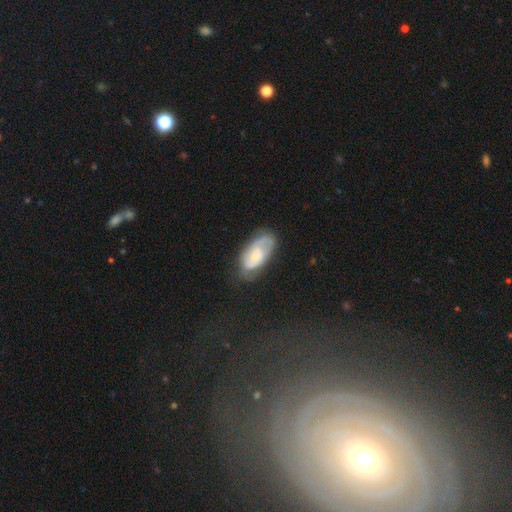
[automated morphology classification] type=featured or disk (53%); edge-on=no (93%); merging=none (57%).